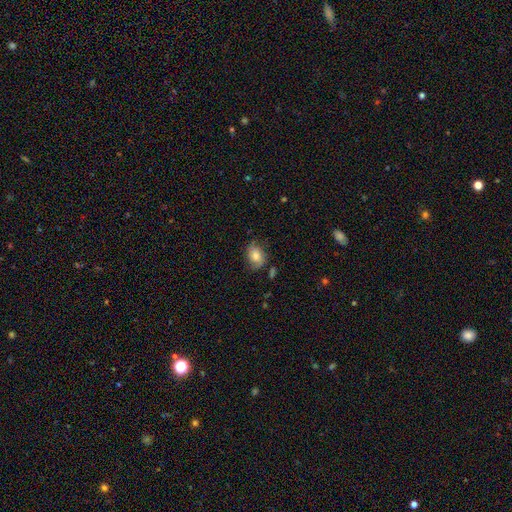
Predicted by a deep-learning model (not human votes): Smooth or featured: smooth — 68% (featured or disk — 23%)
How rounded: in between — 68% (round — 31%)
Merging: none — 67% (minor disturbance — 24%)